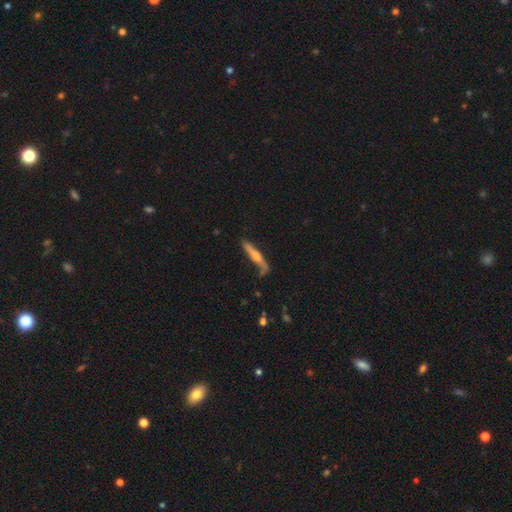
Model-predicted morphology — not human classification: Smooth or featured: featured or disk — 54% (smooth — 40%)
Edge-on disk: yes — 93% (no — 7%)
Edge-on bulge: rounded — 83% (none — 11%)
Merging: none — 73% (minor disturbance — 19%)